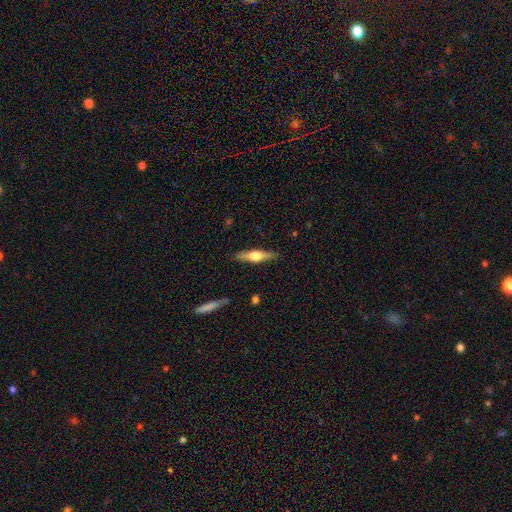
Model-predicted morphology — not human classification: A featured or disk galaxy (59%) viewed edge-on (96%) with a rounded central bulge (93%). Merging: none (89%).